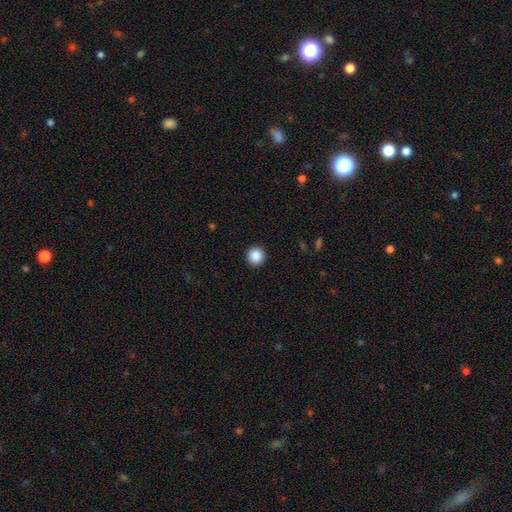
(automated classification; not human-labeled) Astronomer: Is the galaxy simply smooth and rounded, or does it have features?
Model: smooth — 88%.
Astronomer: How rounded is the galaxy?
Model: round — 95%.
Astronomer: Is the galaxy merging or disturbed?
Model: none — 92%.